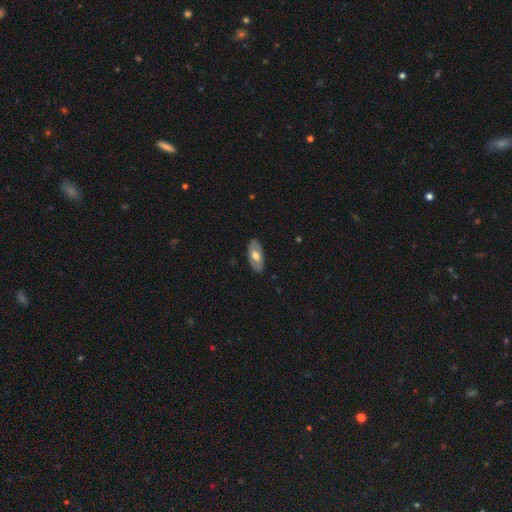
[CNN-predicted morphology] A smooth galaxy with no disk features (55%) that is in between round and cigar-shaped (92%).

Vote fractions:
- Smooth or featured? smooth: 55% / featured or disk: 39% / star or artifact: 5%
- How rounded? in between: 92% / cigar-shaped: 5% / round: 3%
- Merging? none: 85% / minor disturbance: 11% / major disturbance: 2% / merger: 1%